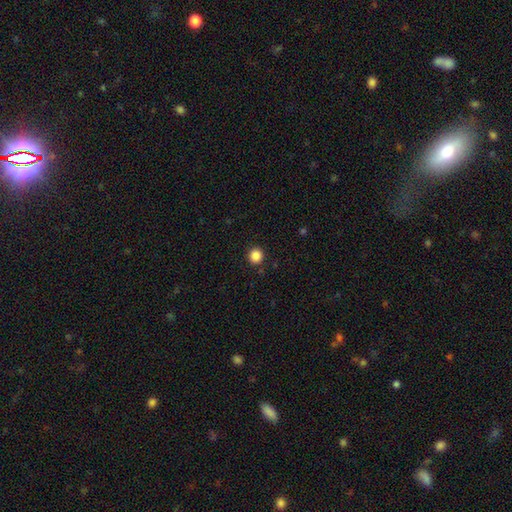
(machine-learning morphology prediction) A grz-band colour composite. It shows a smooth galaxy with no disk features (87%) that is round (93%). Merging: none (92%).